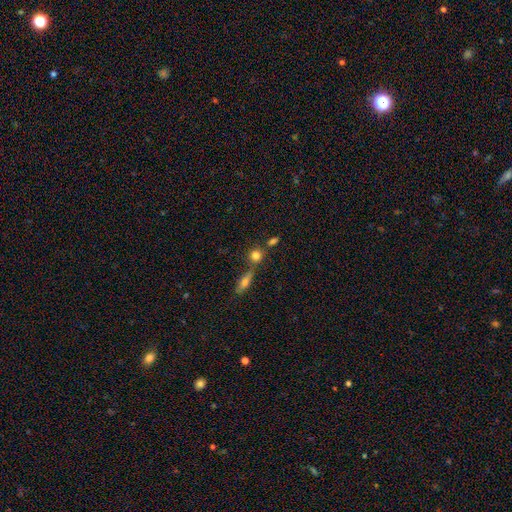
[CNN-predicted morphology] A smooth galaxy with no disk features (79%) that is round (77%). Merging: none (59%).